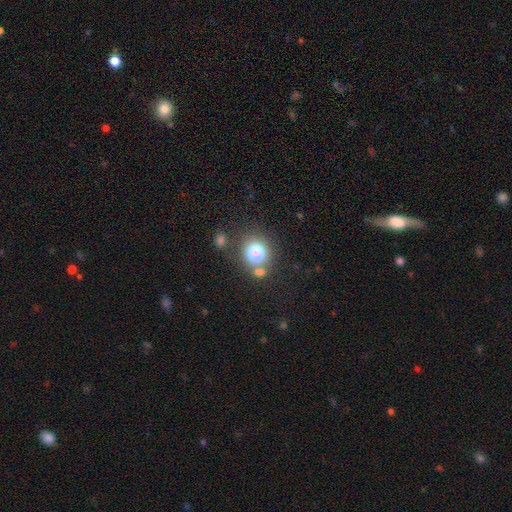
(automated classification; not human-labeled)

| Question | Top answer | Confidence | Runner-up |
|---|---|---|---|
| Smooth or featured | smooth | 73% | star or artifact (18%) |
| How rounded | round | 86% | in between (13%) |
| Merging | none | 72% | merger (15%) |